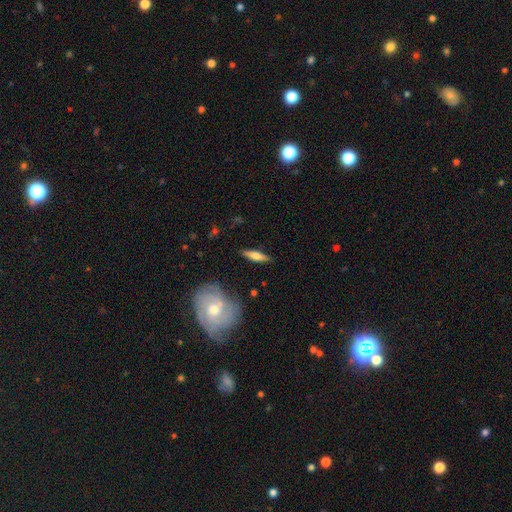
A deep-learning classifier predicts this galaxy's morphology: smooth-or-featured: smooth: 48% | featured or disk: 46% | star or artifact: 6%
  merging: none: 86% | minor disturbance: 9% | major disturbance: 2% | merger: 2%